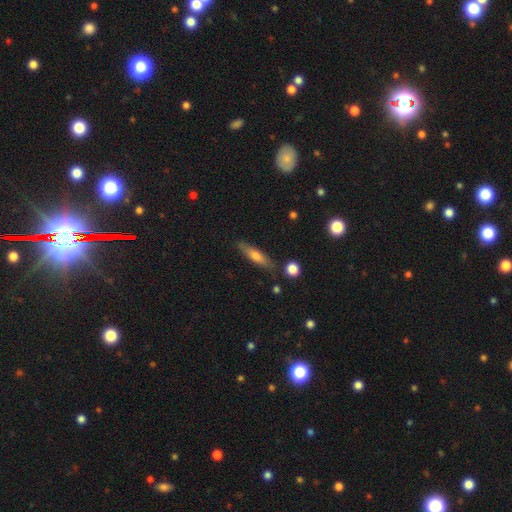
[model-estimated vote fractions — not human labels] Smooth or featured?
  - smooth: 57% *
  - featured or disk: 36%
  - star or artifact: 7%
How rounded?
  - cigar-shaped: 78% *
  - in between: 20%
  - round: 2%
Merging?
  - none: 82% *
  - minor disturbance: 12%
  - merger: 3%
  - major disturbance: 3%